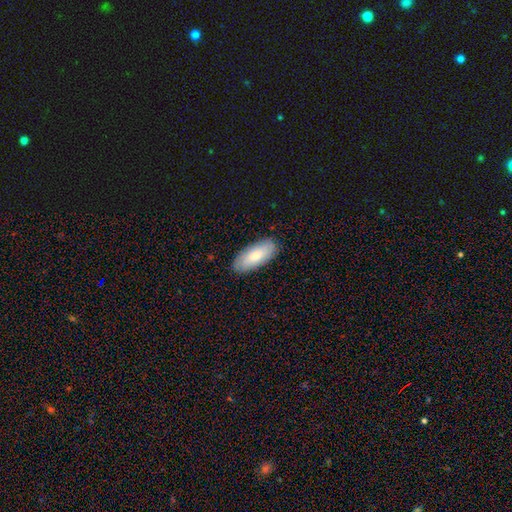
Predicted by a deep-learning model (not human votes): Smooth or featured?
  - smooth: 76% *
  - featured or disk: 19%
  - star or artifact: 6%
How rounded?
  - in between: 85% *
  - cigar-shaped: 13%
  - round: 2%
Merging?
  - none: 87% *
  - minor disturbance: 10%
  - major disturbance: 2%
  - merger: 1%